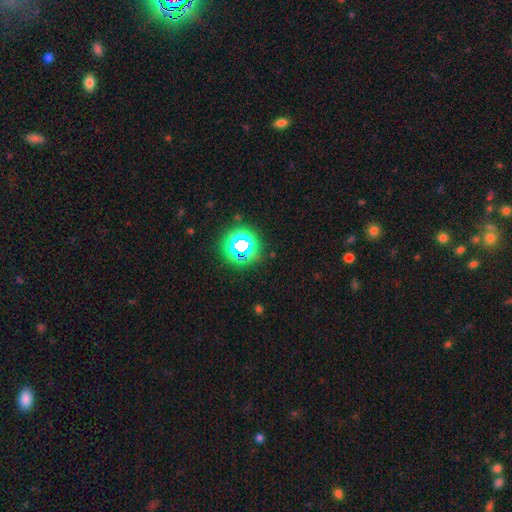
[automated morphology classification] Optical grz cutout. It shows a star or artifact, not a galaxy (72%).